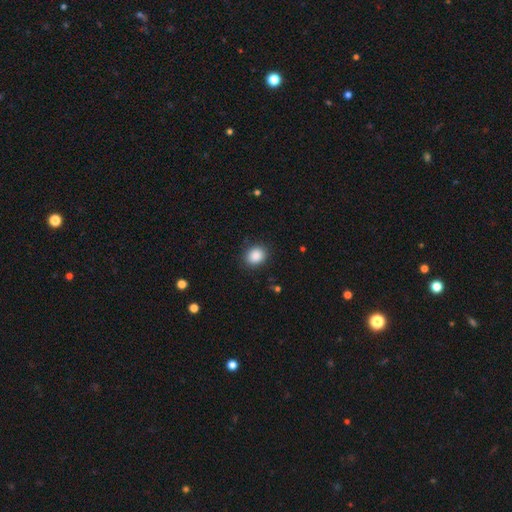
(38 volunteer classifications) Smooth or featured: smooth — 87% (star or artifact — 11%)
How rounded: in between — 58% (round — 42%)
Merging: none — 94% (minor disturbance — 6%)